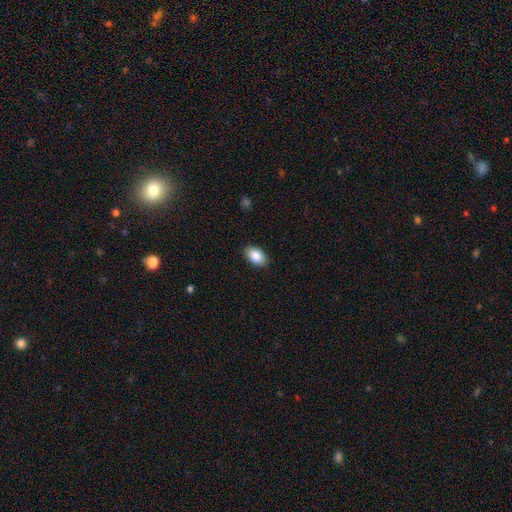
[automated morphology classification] smooth_or_featured: smooth (p=0.87) [alt: star or artifact p=0.07]
how_rounded: in between (p=0.92) [alt: round p=0.06]
merging: none (p=0.89) [alt: minor disturbance p=0.08]